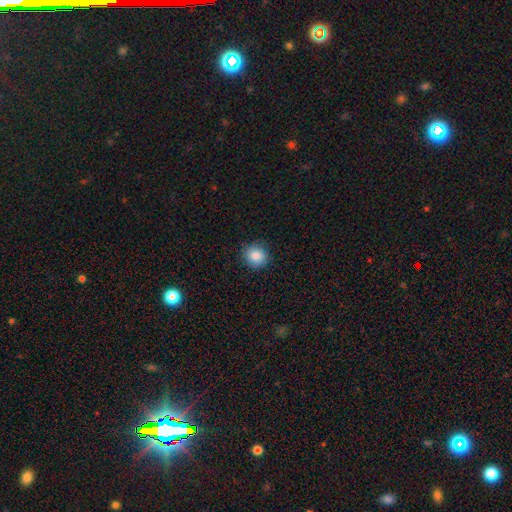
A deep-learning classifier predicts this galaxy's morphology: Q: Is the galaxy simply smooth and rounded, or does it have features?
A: smooth — 85%.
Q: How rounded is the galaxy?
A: round — 87%.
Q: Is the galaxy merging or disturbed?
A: none — 87%.